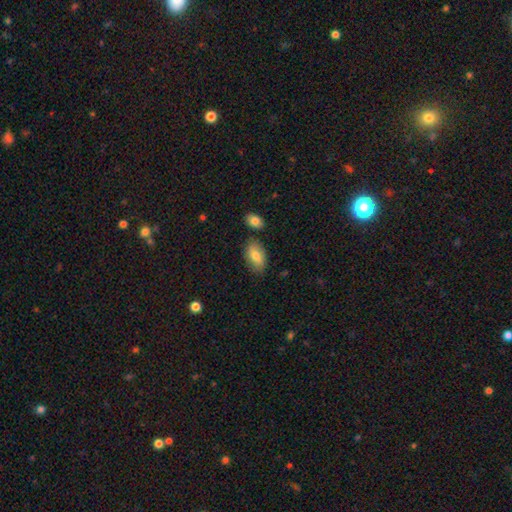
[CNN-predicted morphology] Smooth or featured? Predicted: smooth (p=0.77). How rounded? Predicted: in between (p=0.92). Merging? Predicted: none (p=0.79).